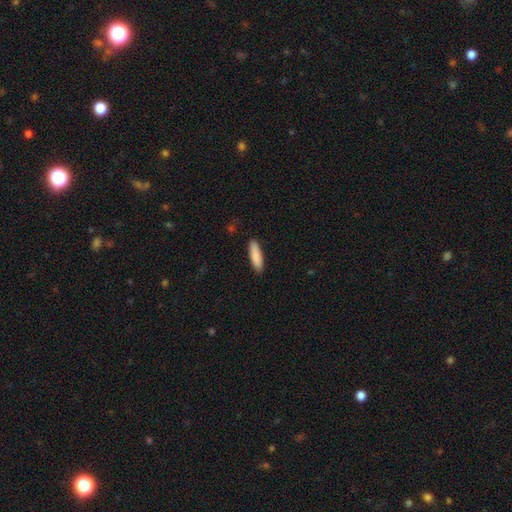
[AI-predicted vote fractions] The model was most divided on "how rounded": cigar-shaped: 61%, in between: 38%, round: 1%. More confident: merging — none (89%); smooth or featured — smooth (87%).